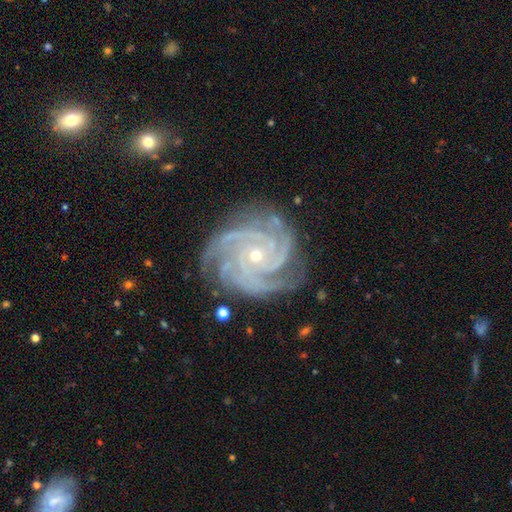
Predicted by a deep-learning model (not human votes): Smooth or featured? Predicted: featured or disk (p=0.92). Edge-on disk? Predicted: no (p=0.98). Bar? Predicted: no (p=0.74). Spiral arms? Predicted: yes (p=0.99). Spiral winding? Predicted: tight (p=0.76). Spiral arm count? Predicted: 4 (p=0.41). Bulge size? Predicted: small (p=0.72). Merging? Predicted: none (p=0.79).